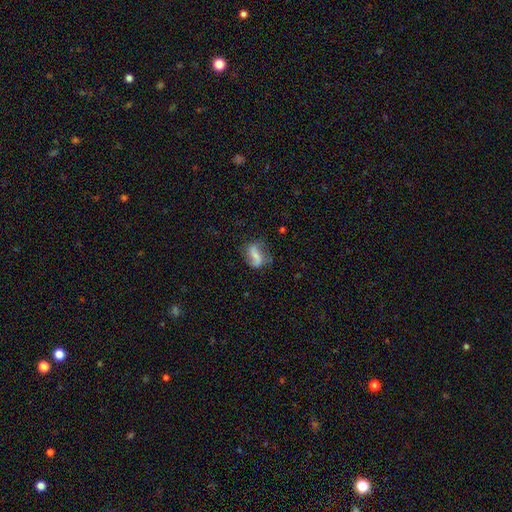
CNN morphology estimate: The model was most divided on "bar": strong: 37%, weak: 36%, no: 27%. Remaining: edge-on disk — no (96%); spiral arms — yes (87%); spiral arm count — 2 (87%); spiral winding — loose (75%); smooth or featured — featured or disk (66%); merging — none (61%); bulge size — none (40%).